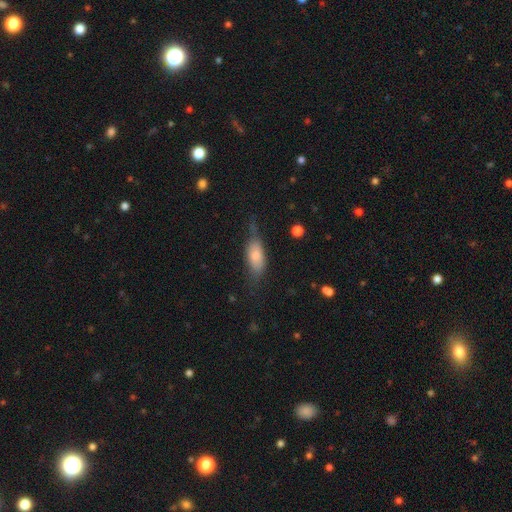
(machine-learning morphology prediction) Smooth or featured?
  - smooth: 71% *
  - featured or disk: 22%
  - star or artifact: 7%
How rounded?
  - in between: 80% *
  - cigar-shaped: 17%
  - round: 3%
Merging?
  - none: 49% *
  - minor disturbance: 32%
  - major disturbance: 16%
  - merger: 3%